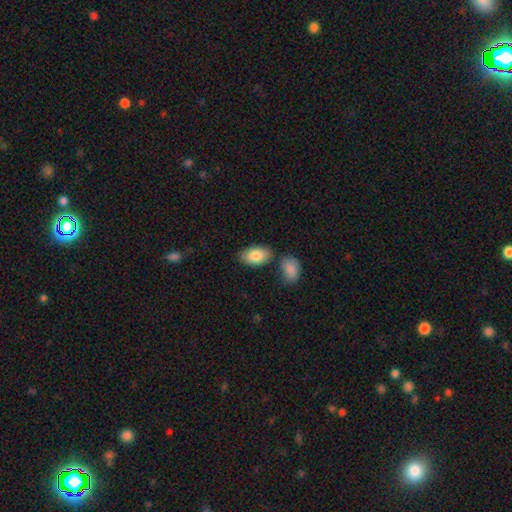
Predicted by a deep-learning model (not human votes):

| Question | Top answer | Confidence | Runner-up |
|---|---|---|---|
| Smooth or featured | smooth | 84% | featured or disk (10%) |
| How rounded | in between | 94% | round (4%) |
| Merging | none | 71% | minor disturbance (13%) |